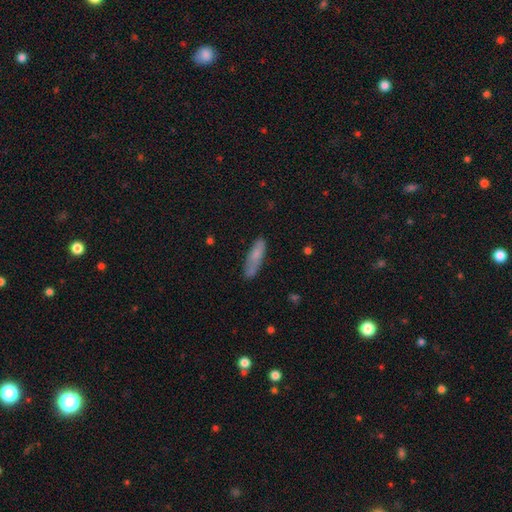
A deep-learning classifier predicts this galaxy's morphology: Smooth or featured?
  - smooth: 71% *
  - featured or disk: 23%
  - star or artifact: 7%
How rounded?
  - cigar-shaped: 69% *
  - in between: 29%
  - round: 2%
Merging?
  - none: 73% *
  - minor disturbance: 20%
  - major disturbance: 4%
  - merger: 3%